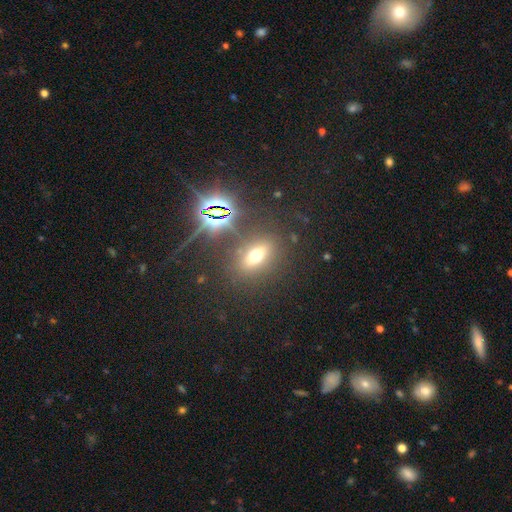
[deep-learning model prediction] smooth-or-featured: smooth: 51% | star or artifact: 29% | featured or disk: 20%
  how-rounded: in between: 68% | round: 20% | cigar-shaped: 12%
  merging: none: 79% | minor disturbance: 10% | major disturbance: 6% | merger: 5%